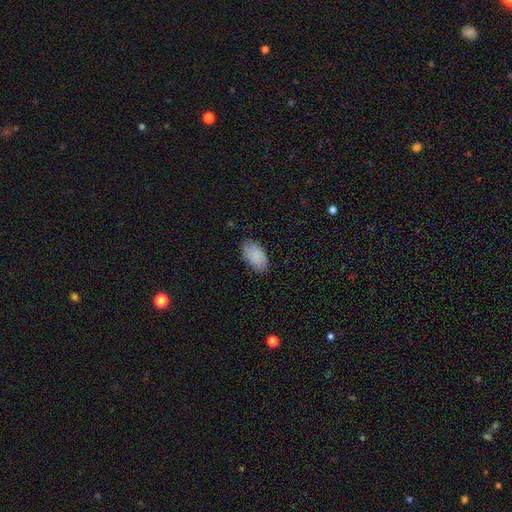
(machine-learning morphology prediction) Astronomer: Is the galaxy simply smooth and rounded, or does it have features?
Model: smooth — 88%.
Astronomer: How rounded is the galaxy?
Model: in between — 95%.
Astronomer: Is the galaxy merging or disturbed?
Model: none — 83%.